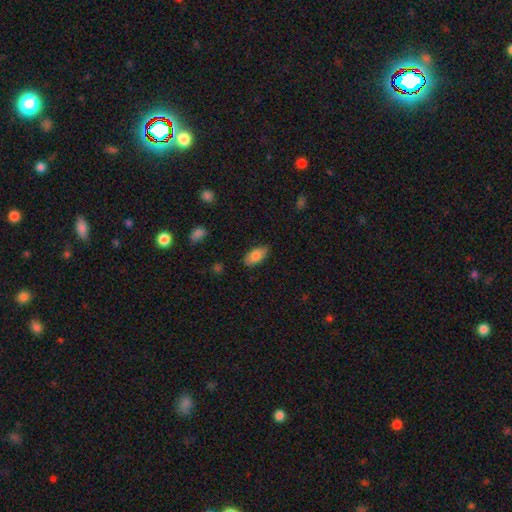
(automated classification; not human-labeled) smooth-or-featured: smooth: 80% | featured or disk: 13% | star or artifact: 7%
  how-rounded: in between: 92% | cigar-shaped: 5% | round: 3%
  merging: none: 80% | minor disturbance: 16% | major disturbance: 3% | merger: 1%